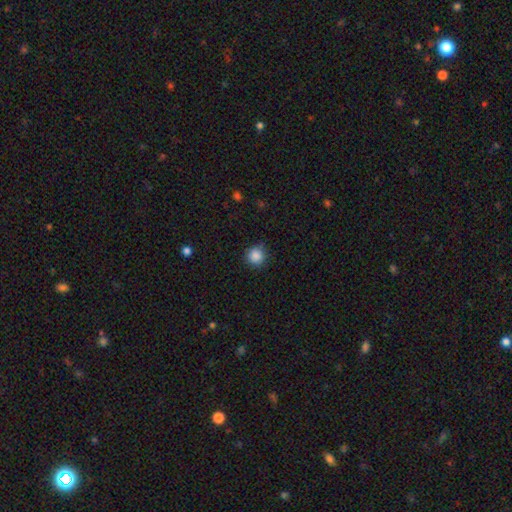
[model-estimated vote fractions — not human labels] This is clearly a smooth galaxy (87%). How rounded: clearly round (93%). Merging: clearly none (83%).